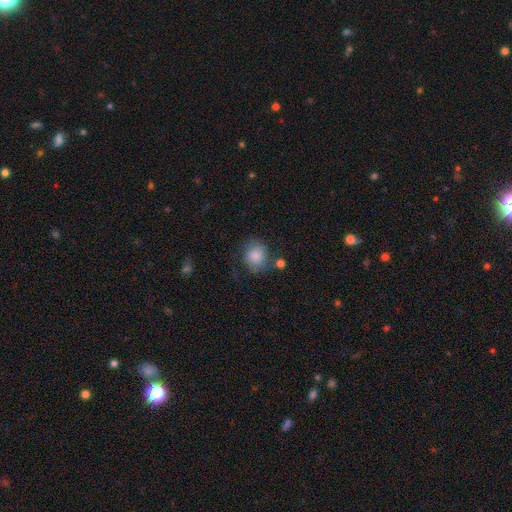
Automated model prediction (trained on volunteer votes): The model was most divided on "merging": none: 60%, minor disturbance: 21%, major disturbance: 11%, merger: 8%. More confident: smooth or featured — smooth (78%); how rounded — round (76%).